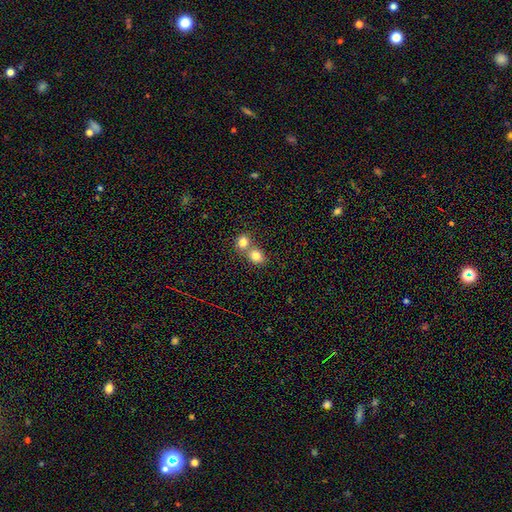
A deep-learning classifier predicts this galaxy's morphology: The model was most divided on "merging": merger: 55%, none: 37%, minor disturbance: 6%, major disturbance: 2%. More confident: smooth or featured — smooth (81%); how rounded — round (62%).